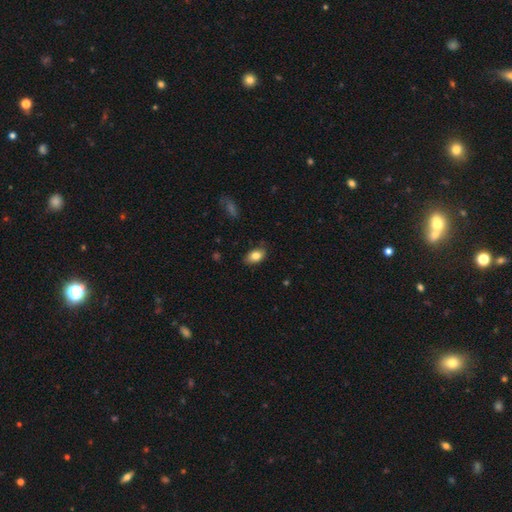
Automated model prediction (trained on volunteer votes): smooth 83%, featured or disk 9%, star or artifact 8%. Down the decision tree: how rounded — in between (90%); merging — none (81%).